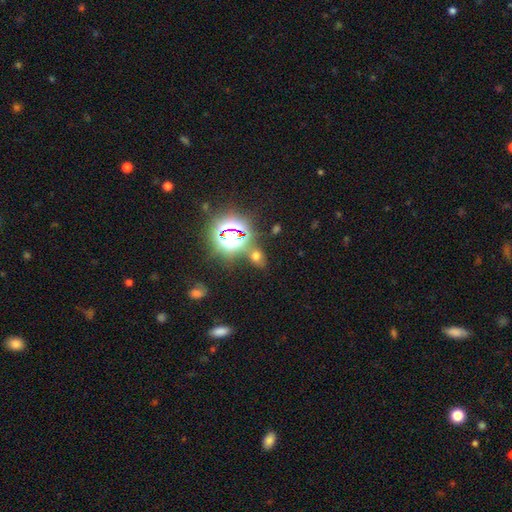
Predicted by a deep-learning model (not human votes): smooth-or-featured: smooth: 49% | star or artifact: 42% | featured or disk: 9%
  merging: none: 70% | merger: 12% | minor disturbance: 12% | major disturbance: 6%